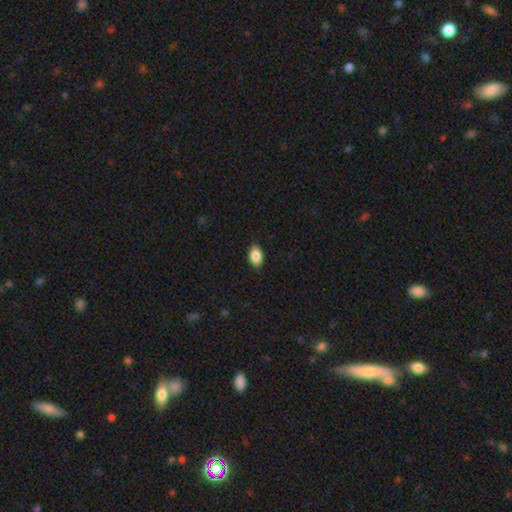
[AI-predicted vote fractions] This appears to be a smooth galaxy with no disk features (87%) that is in between round and cigar-shaped (91%). Merging: none (87%).